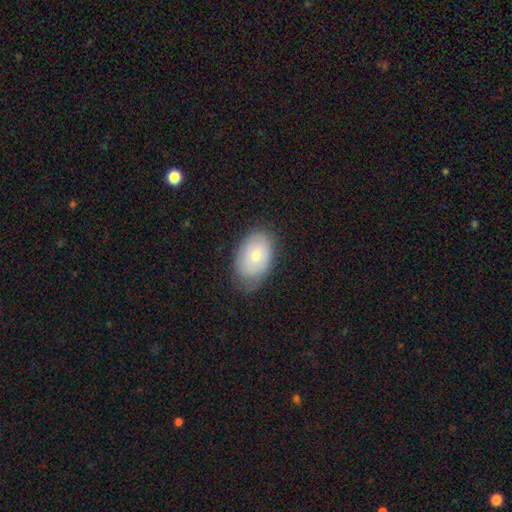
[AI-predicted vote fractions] Smooth or featured? smooth (64%)
How rounded? in between (86%)
Merging? none (72%)